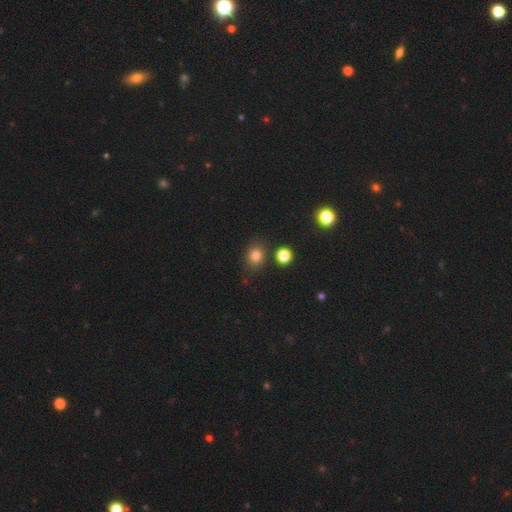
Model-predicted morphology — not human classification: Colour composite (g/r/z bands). It shows a smooth galaxy with no disk features (80%) that is round (58%). Merging: none (77%).